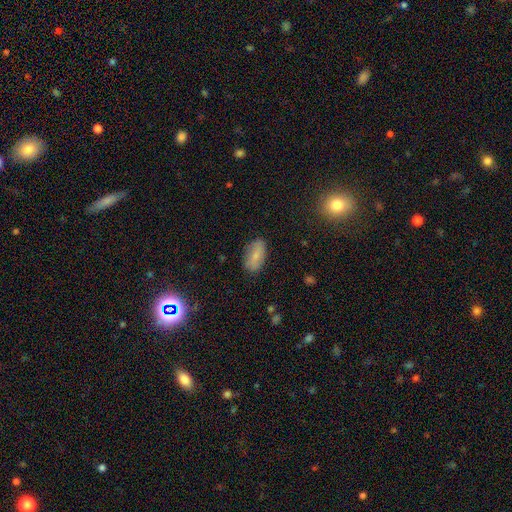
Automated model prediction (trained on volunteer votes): This is likely a smooth galaxy (73%). How rounded: clearly in between (91%). Merging: clearly none (82%).